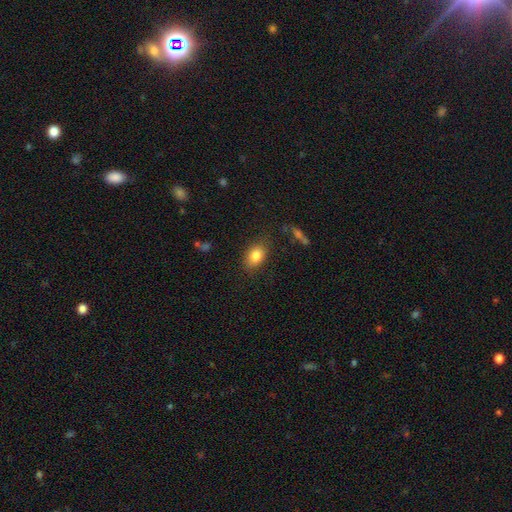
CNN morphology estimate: type=smooth (82%); roundness=in between (80%); merging=none (81%).